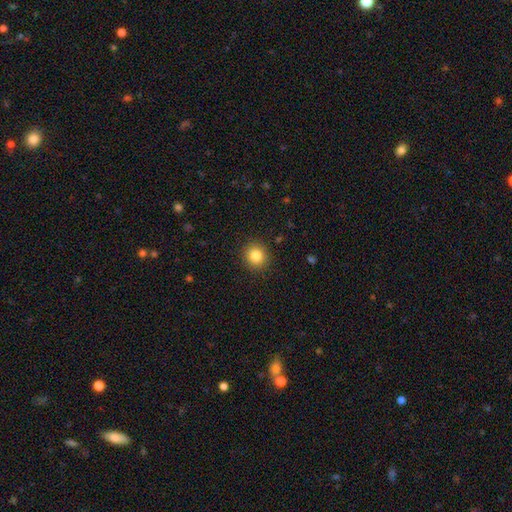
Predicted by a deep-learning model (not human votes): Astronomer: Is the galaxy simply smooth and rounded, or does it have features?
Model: smooth — 84%.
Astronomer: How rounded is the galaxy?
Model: round — 89%.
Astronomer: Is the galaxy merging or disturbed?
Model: none — 91%.